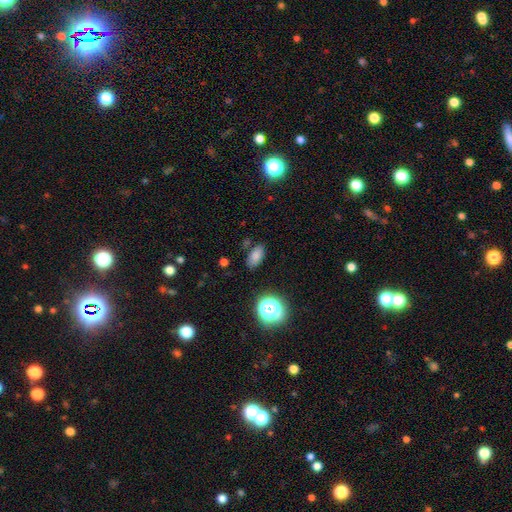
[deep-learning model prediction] This appears to be a smooth galaxy with no disk features (79%) that is in between round and cigar-shaped (88%). Merging: none (82%).